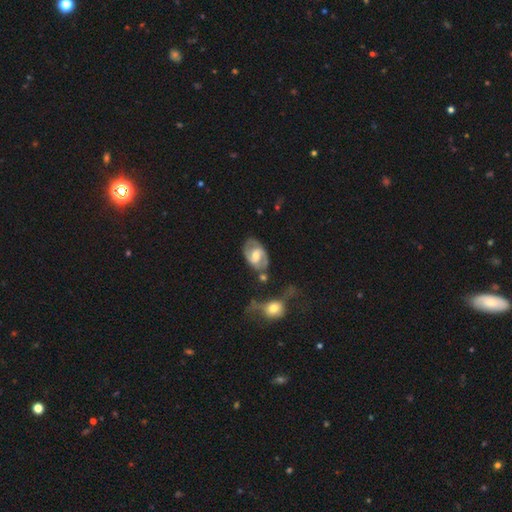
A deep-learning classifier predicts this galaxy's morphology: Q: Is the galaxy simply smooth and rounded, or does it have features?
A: featured or disk — 74%.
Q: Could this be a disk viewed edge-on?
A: no — 96%.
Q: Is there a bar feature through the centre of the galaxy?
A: weak — 49%.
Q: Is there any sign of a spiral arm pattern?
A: yes — 84%.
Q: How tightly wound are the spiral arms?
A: medium — 48%.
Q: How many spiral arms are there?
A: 2 — 84%.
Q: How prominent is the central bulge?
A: moderate — 65%.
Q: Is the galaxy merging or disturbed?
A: none — 68%.